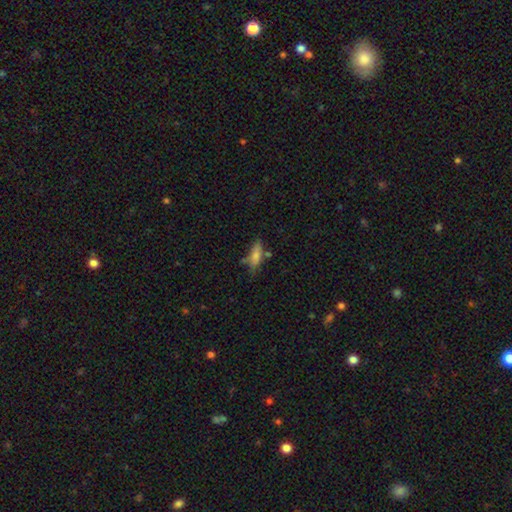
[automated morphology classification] Smooth or featured: smooth — 73% (featured or disk — 19%)
How rounded: in between — 54% (cigar-shaped — 43%)
Merging: none — 53% (minor disturbance — 25%)